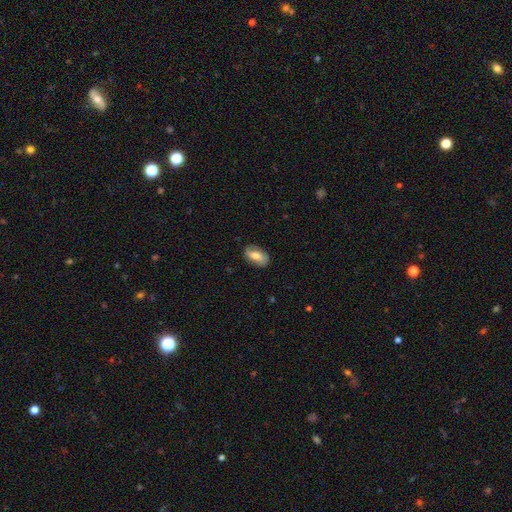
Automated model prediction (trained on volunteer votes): A smooth galaxy with no disk features (63%) that is in between round and cigar-shaped (91%).

Vote fractions:
- Smooth or featured? smooth: 63% / featured or disk: 30% / star or artifact: 7%
- How rounded? in between: 91% / round: 5% / cigar-shaped: 4%
- Merging? none: 80% / minor disturbance: 15% / major disturbance: 3% / merger: 1%